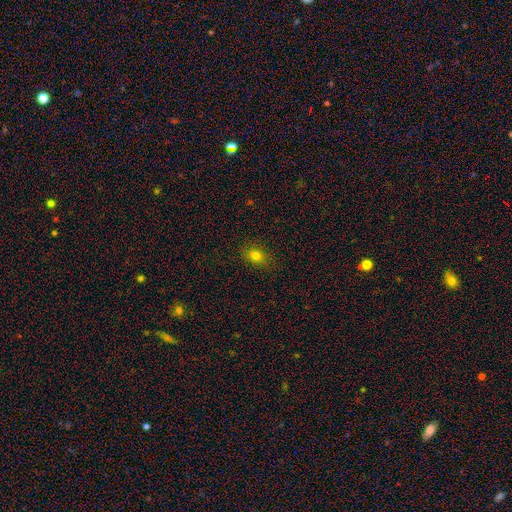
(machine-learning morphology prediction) Smooth or featured?
  - smooth: 77% *
  - star or artifact: 14%
  - featured or disk: 9%
How rounded?
  - in between: 65% *
  - round: 33%
  - cigar-shaped: 2%
Merging?
  - none: 85% *
  - minor disturbance: 11%
  - major disturbance: 3%
  - merger: 1%